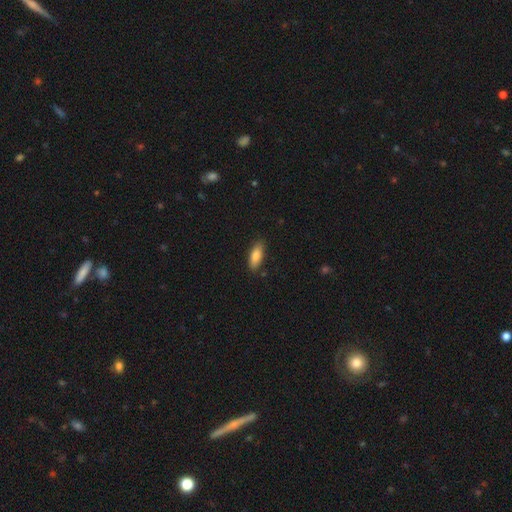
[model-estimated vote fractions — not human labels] Smooth or featured: smooth — 84% (featured or disk — 10%)
How rounded: in between — 72% (cigar-shaped — 26%)
Merging: none — 84% (minor disturbance — 12%)